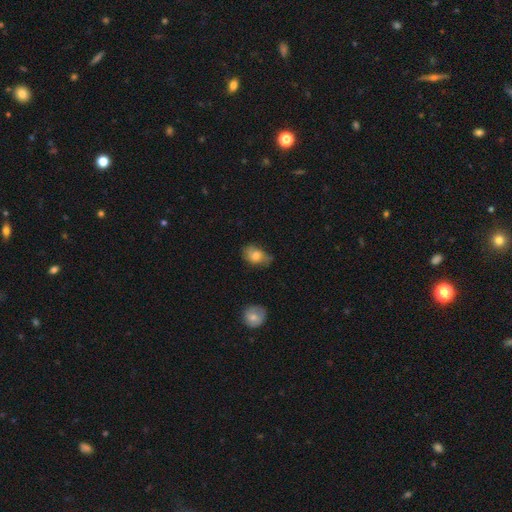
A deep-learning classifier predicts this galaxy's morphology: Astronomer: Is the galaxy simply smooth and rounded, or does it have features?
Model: smooth — 75%.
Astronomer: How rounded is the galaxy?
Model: in between — 79%.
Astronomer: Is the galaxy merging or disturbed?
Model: none — 52% (runner-up: minor disturbance, 35%).